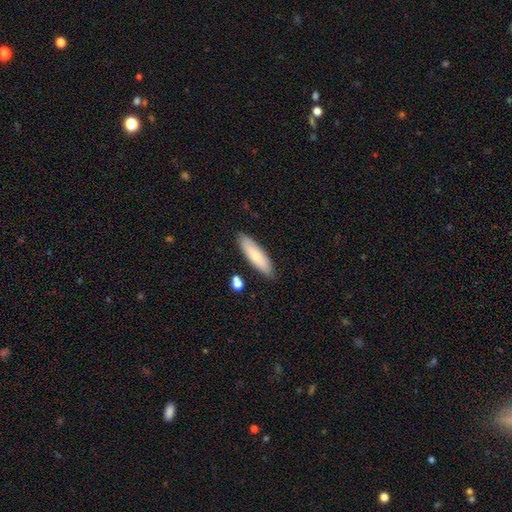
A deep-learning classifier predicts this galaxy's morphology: A smooth galaxy with no disk features (69%) that is cigar-shaped (54%).

Vote fractions:
- Smooth or featured? smooth: 69% / featured or disk: 25% / star or artifact: 6%
- How rounded? cigar-shaped: 54% / in between: 44% / round: 2%
- Merging? none: 85% / minor disturbance: 10% / merger: 2% / major disturbance: 2%